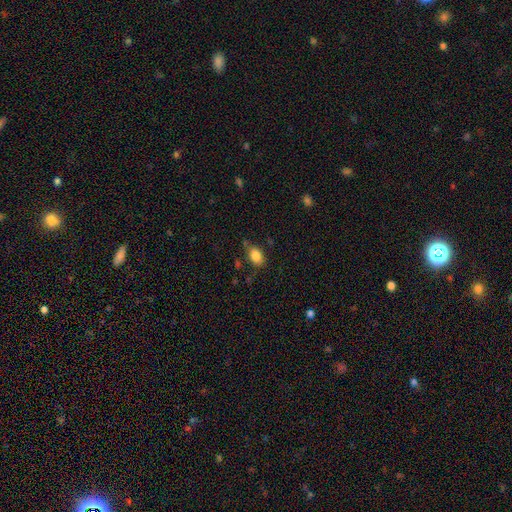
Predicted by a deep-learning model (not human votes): The model was most divided on "merging": none: 73%, minor disturbance: 19%, major disturbance: 5%, merger: 4%. More confident: smooth or featured — smooth (85%); how rounded — in between (79%).